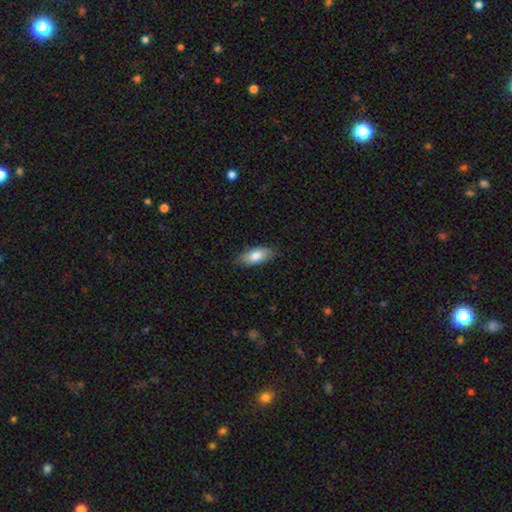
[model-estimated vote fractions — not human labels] smooth-or-featured: smooth: 82% | featured or disk: 12% | star or artifact: 6%
  how-rounded: in between: 84% | cigar-shaped: 14% | round: 2%
  merging: none: 83% | minor disturbance: 13% | major disturbance: 3% | merger: 1%